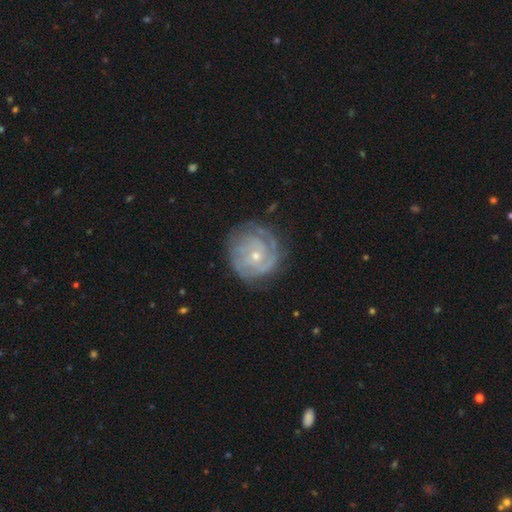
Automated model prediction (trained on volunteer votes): Smooth or featured? featured or disk (85%)
Edge-on disk? no (98%)
Bar? no (74%)
Spiral arms? yes (96%)
Spiral winding? tight (72%)
Spiral arm count? 3 (27%, tied with can't tell)
Bulge size? small (65%)
Merging? none (75%)